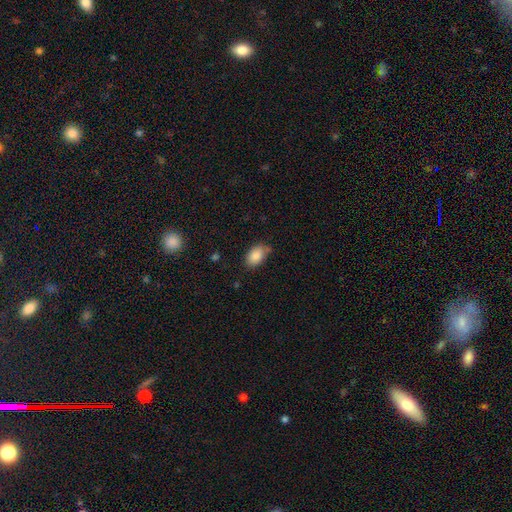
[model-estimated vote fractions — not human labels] A smooth galaxy with no disk features (86%) that is in between round and cigar-shaped (90%). Merging: none (69%).